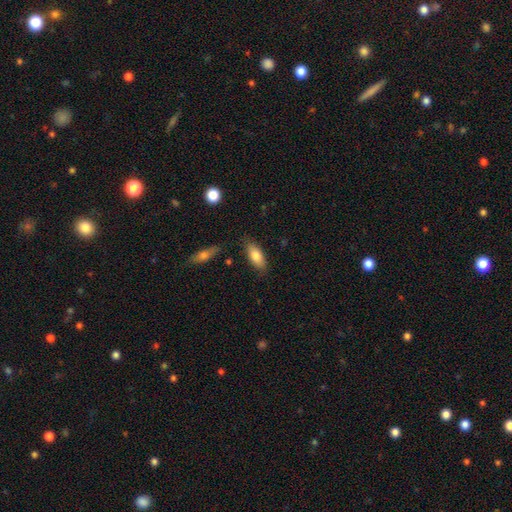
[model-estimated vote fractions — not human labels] smooth 80%, featured or disk 14%, star or artifact 6%. Down the decision tree: how rounded — in between (82%); merging — none (80%).